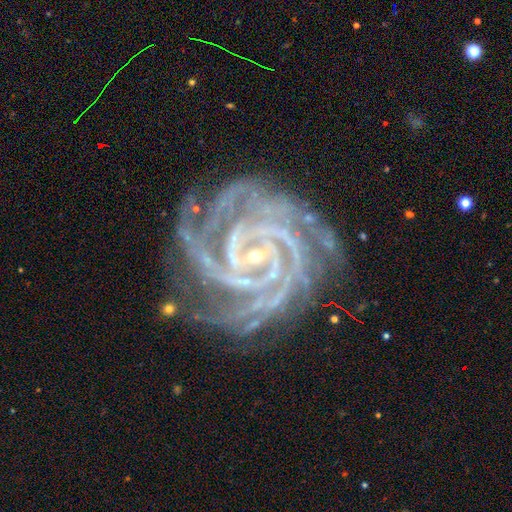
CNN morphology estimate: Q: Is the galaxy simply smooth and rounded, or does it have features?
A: featured or disk — 92%.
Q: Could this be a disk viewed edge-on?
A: no — 98%.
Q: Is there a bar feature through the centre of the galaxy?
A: no — 41%.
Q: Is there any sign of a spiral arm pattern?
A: yes — 99%.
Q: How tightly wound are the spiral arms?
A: tight — 82%.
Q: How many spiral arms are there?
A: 4 — 26%.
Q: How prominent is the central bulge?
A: small — 86%.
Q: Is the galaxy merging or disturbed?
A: none — 75%.